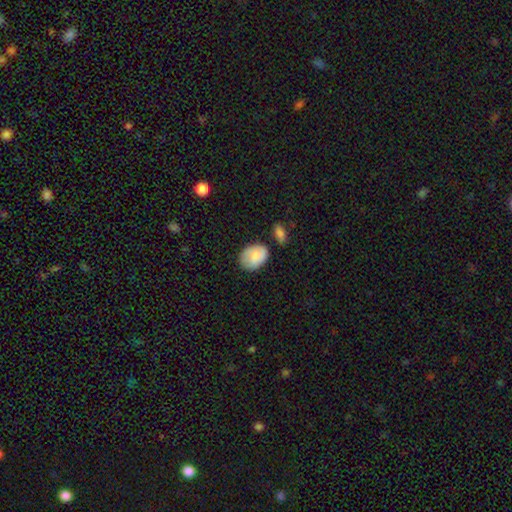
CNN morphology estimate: Smooth or featured: smooth — 82% (featured or disk — 12%)
How rounded: in between — 75% (round — 24%)
Merging: none — 67% (minor disturbance — 22%)